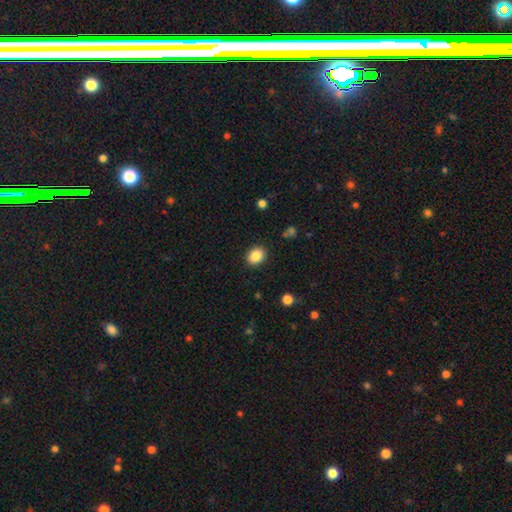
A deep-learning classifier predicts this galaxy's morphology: Smooth or featured? Predicted: smooth (p=0.87). How rounded? Predicted: in between (p=0.58). Merging? Predicted: none (p=0.89).